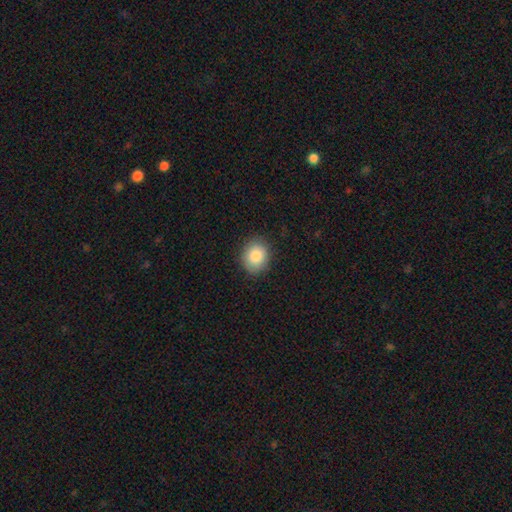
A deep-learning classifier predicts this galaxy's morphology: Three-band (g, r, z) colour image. It shows a smooth galaxy with no disk features (86%) that is round (67%). Merging: none (87%).